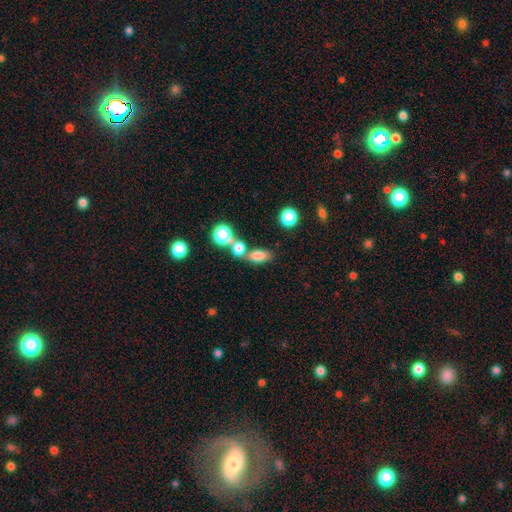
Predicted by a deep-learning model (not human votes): smooth 75%, star or artifact 14%, featured or disk 11%. Down the decision tree: how rounded — in between (76%); merging — none (48%).